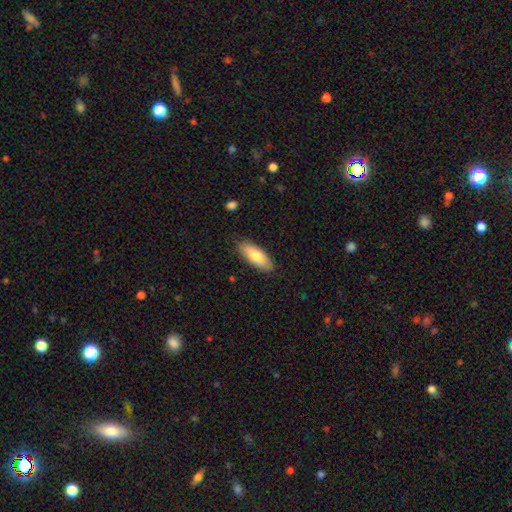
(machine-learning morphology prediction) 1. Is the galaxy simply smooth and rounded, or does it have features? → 76% smooth, 18% featured or disk, 6% star or artifact.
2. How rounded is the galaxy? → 74% in between, 24% cigar-shaped, 2% round.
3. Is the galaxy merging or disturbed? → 86% none, 11% minor disturbance, 2% major disturbance, 1% merger.